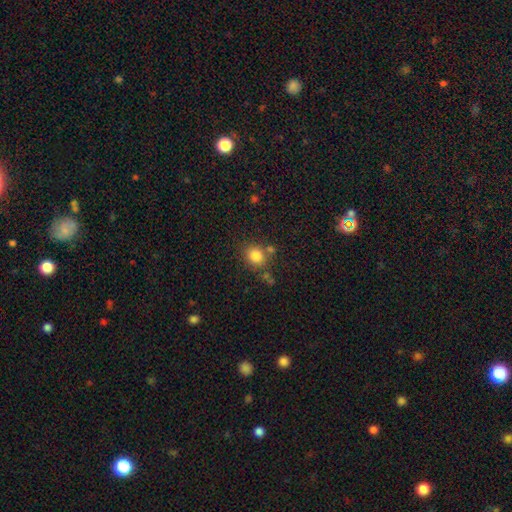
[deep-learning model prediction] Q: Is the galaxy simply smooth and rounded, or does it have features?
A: smooth — 82%.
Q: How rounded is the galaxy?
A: round — 77%.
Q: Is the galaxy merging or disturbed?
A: none — 71%.